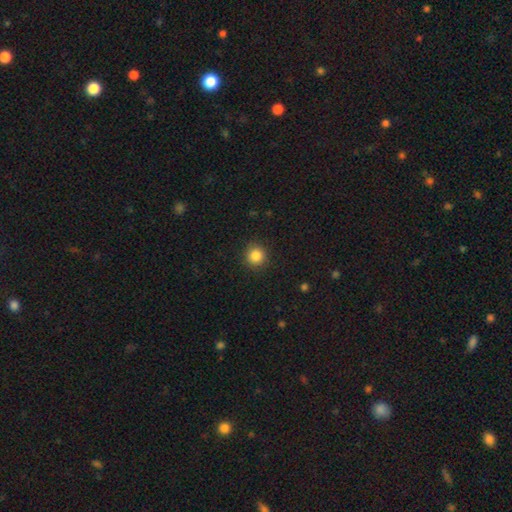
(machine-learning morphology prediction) The model was most divided on "smooth or featured": smooth: 85%, star or artifact: 11%, featured or disk: 5%. More confident: how rounded — round (94%); merging — none (91%).